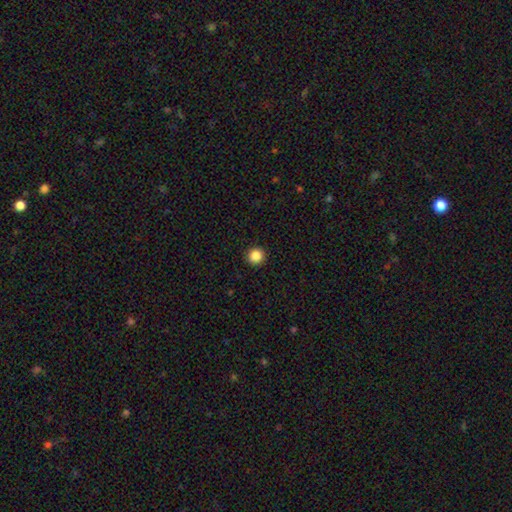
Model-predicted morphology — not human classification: smooth 86%, star or artifact 10%, featured or disk 3%. Down the decision tree: how rounded — round (96%); merging — none (94%).